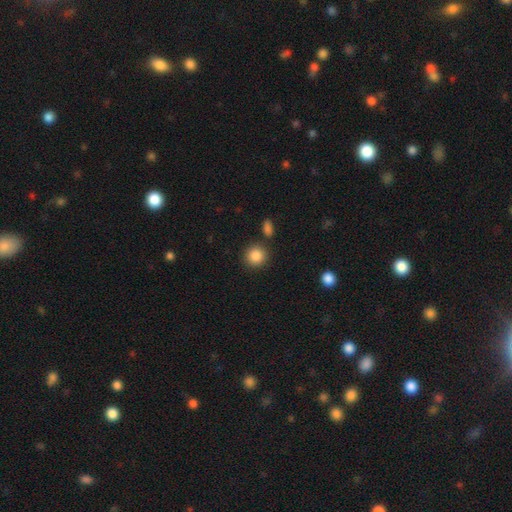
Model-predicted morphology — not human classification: Overall: smooth (88%). How rounded: round (89%). Merging: none (83%).